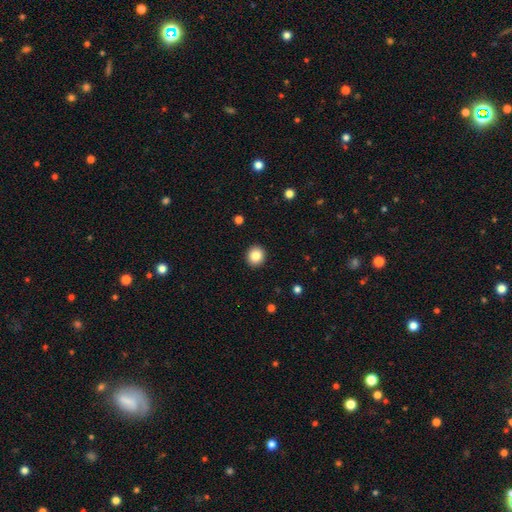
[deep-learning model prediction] smooth-or-featured: smooth: 85% | star or artifact: 10% | featured or disk: 5%
  how-rounded: round: 88% | in between: 11% | cigar-shaped: 1%
  merging: none: 93% | minor disturbance: 5% | major disturbance: 2% | merger: 1%